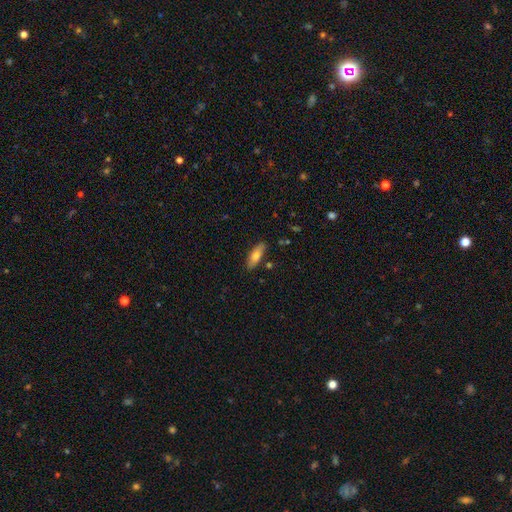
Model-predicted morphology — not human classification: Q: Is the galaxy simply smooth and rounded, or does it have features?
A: smooth — 73%.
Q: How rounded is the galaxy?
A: in between — 60%.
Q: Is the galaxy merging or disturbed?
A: none — 84%.